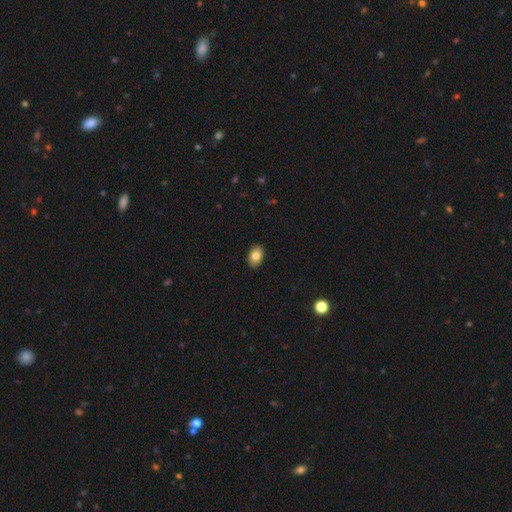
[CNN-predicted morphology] smooth 81%, featured or disk 11%, star or artifact 8%. Down the decision tree: how rounded — in between (85%); merging — none (90%).